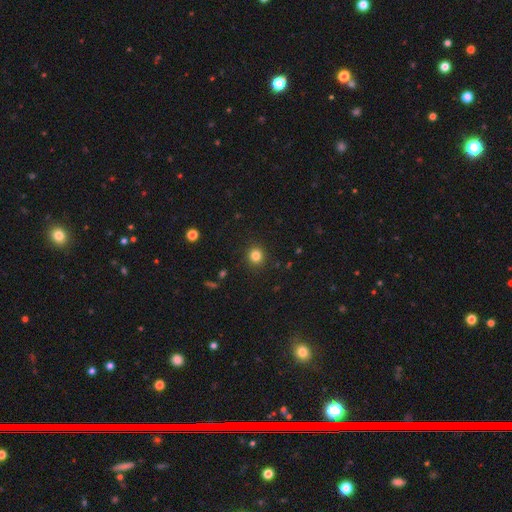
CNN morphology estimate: This is clearly a smooth galaxy (83%). How rounded: clearly round (89%). Merging: clearly none (91%).